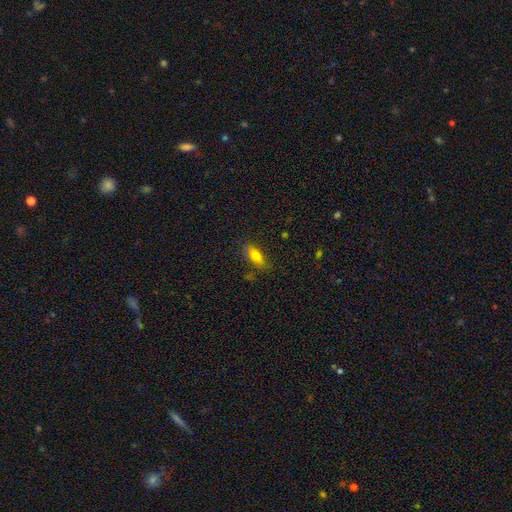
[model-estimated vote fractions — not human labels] This appears to be a smooth galaxy with no disk features (74%) that is in between round and cigar-shaped (73%). Merging: none (74%).